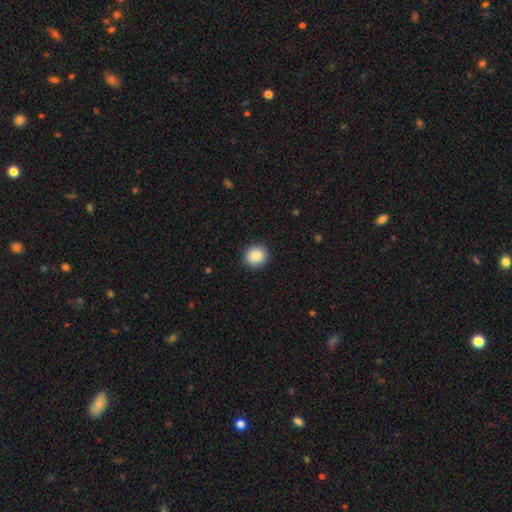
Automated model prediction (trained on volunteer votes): smooth-or-featured: smooth: 89% | star or artifact: 8% | featured or disk: 3%
  how-rounded: round: 88% | in between: 11% | cigar-shaped: 1%
  merging: none: 91% | minor disturbance: 6% | major disturbance: 2% | merger: 1%